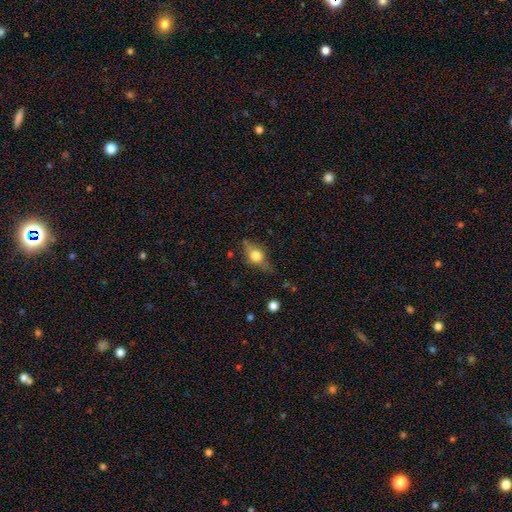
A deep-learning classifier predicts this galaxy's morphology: Smooth or featured? Predicted: smooth (p=0.55). How rounded? Predicted: in between (p=0.64). Merging? Predicted: none (p=0.64).